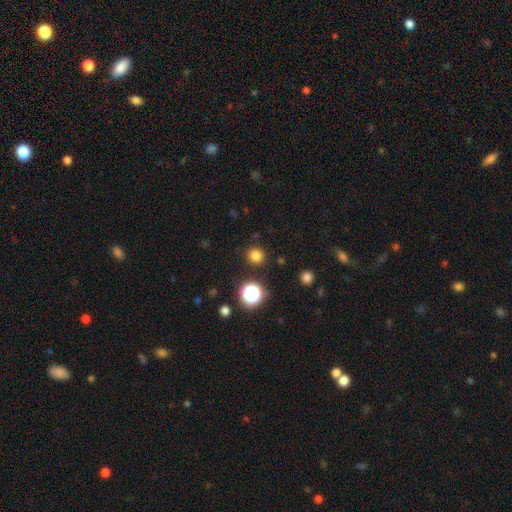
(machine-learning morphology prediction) Smooth or featured?
  - smooth: 79% *
  - star or artifact: 17%
  - featured or disk: 4%
How rounded?
  - round: 93% *
  - in between: 6%
  - cigar-shaped: 1%
Merging?
  - none: 90% *
  - minor disturbance: 6%
  - major disturbance: 2%
  - merger: 2%